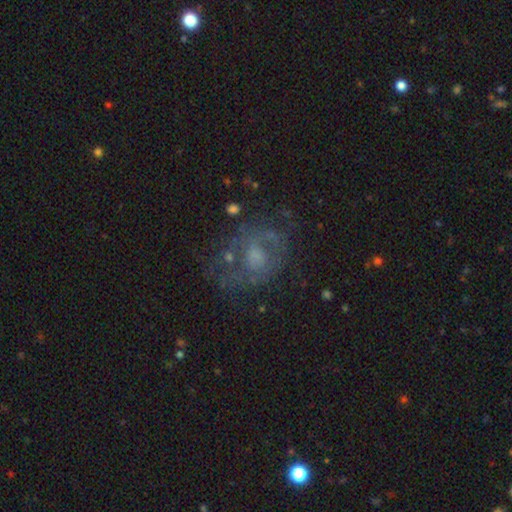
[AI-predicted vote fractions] smooth-or-featured: featured or disk: 59% | smooth: 27% | star or artifact: 14%
  disk-edge-on: no: 97% | yes: 3%
    bar: no: 77% | weak: 20% | strong: 4%
    has-spiral-arms: yes: 51% | no: 49%
    bulge-size: moderate: 42% | small: 28% | none: 18% | large: 10% | dominant: 2%
  merging: none: 57% | minor disturbance: 20% | major disturbance: 20% | merger: 3%